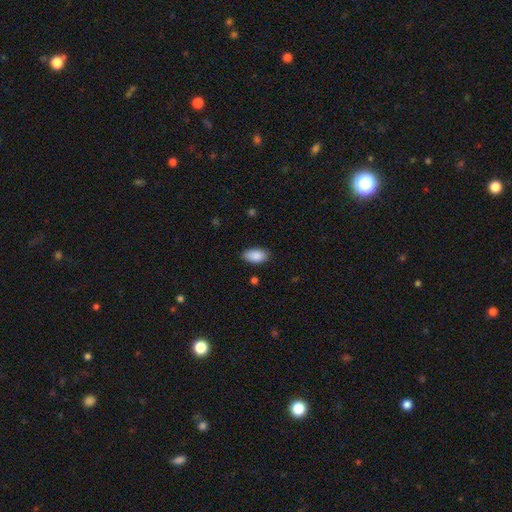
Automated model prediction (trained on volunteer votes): A smooth galaxy with no disk features (89%) that is in between round and cigar-shaped (94%). Merging: none (85%).